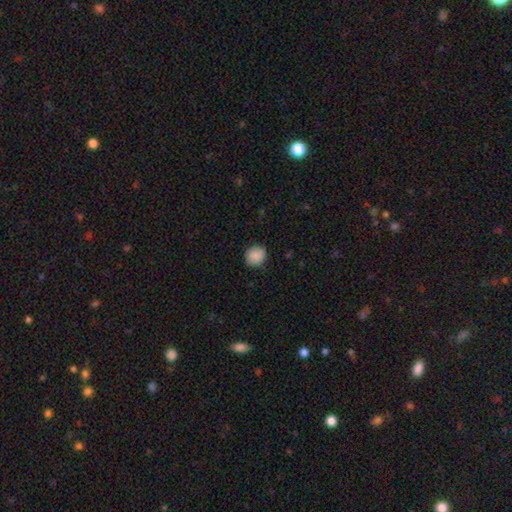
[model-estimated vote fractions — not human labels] smooth-or-featured: smooth: 89% | star or artifact: 8% | featured or disk: 3%
  how-rounded: round: 81% | in between: 18% | cigar-shaped: 1%
  merging: none: 86% | minor disturbance: 10% | major disturbance: 2% | merger: 1%